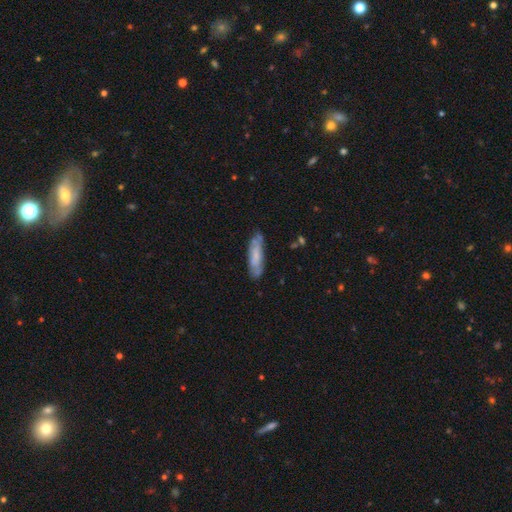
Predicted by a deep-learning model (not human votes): Smooth or featured? Predicted: smooth (p=0.60). How rounded? Predicted: cigar-shaped (p=0.62). Merging? Predicted: none (p=0.74).